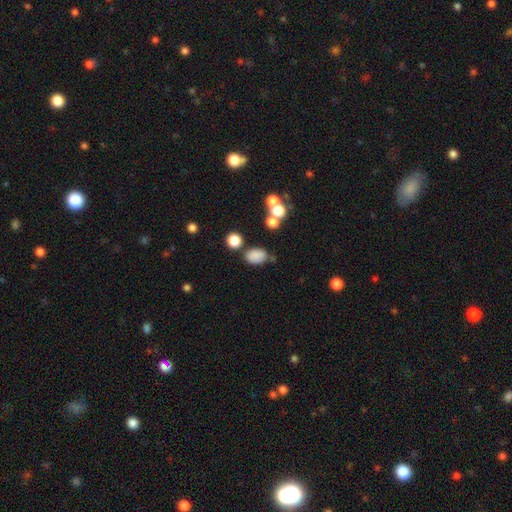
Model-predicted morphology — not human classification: Q: Smooth or featured?
A: smooth (80%); runner-up: star or artifact (13%)
Q: How rounded?
A: in between (80%); runner-up: round (19%)
Q: Merging?
A: none (65%); runner-up: minor disturbance (18%)